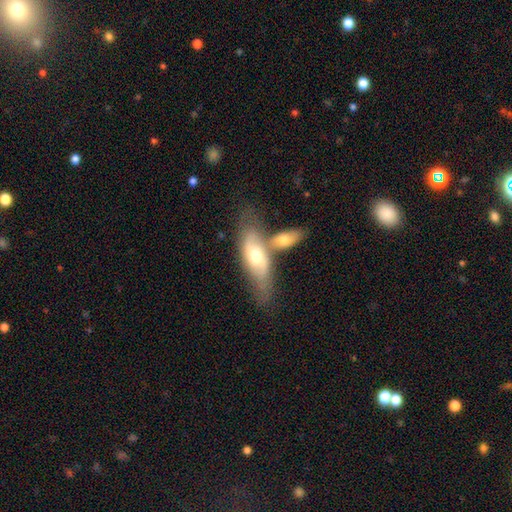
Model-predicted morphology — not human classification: smooth-or-featured: featured or disk: 50% | smooth: 45% | star or artifact: 5%
  merging: merger: 49% | none: 32% | minor disturbance: 13% | major disturbance: 5%